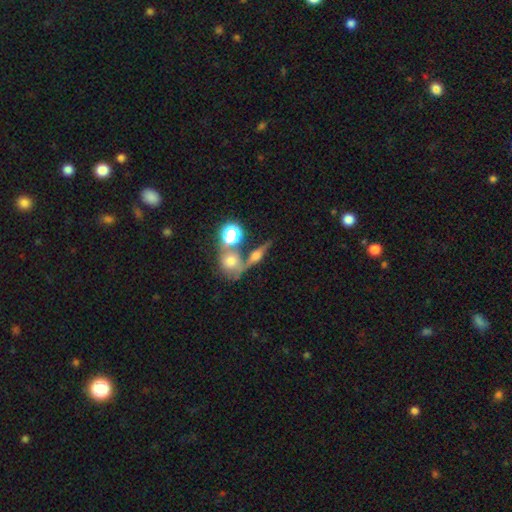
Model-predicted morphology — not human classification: Overall: featured or disk (47%; smooth 36%). Merging: none (47%; merger 30%).